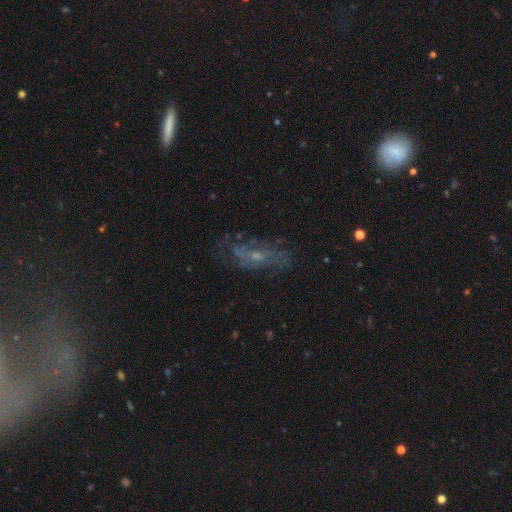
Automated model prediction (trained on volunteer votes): A featured or disk galaxy (65%) with no bar (60%), spiral arms (70%) and a small central bulge (59%).

Vote fractions:
- Smooth or featured? featured or disk: 65% / smooth: 23% / star or artifact: 13%
- Edge-on disk? no: 85% / yes: 15%
- Bar? no: 60% / weak: 32% / strong: 8%
- Spiral arms? yes: 70% / no: 30%
- Bulge size? small: 59% / moderate: 32% / none: 6% / large: 2% / dominant: 1%
- Merging? none: 63% / minor disturbance: 21% / major disturbance: 14% / merger: 2%